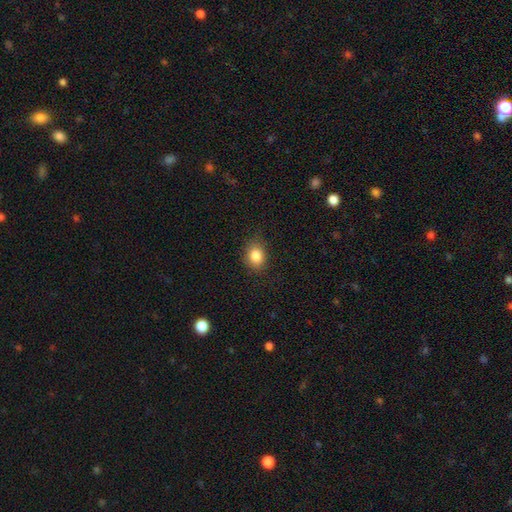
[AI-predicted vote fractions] Smooth or featured: smooth — 84% (star or artifact — 10%)
How rounded: in between — 51% (round — 48%)
Merging: none — 81% (minor disturbance — 14%)